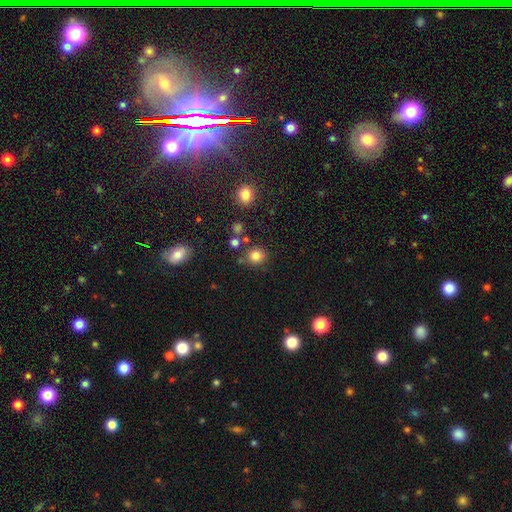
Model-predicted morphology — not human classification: type=smooth (81%); roundness=round (85%); merging=none (78%).